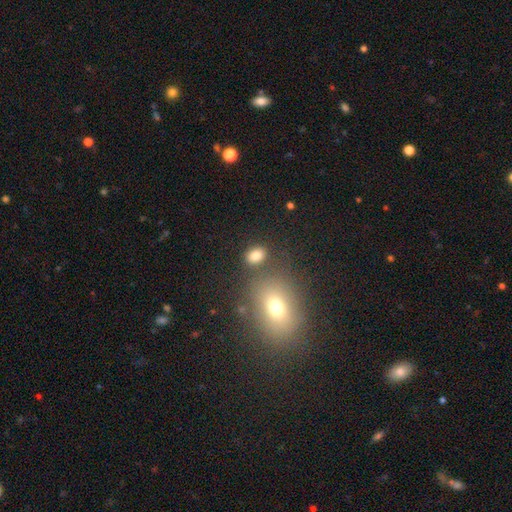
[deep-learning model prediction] smooth 81%, star or artifact 12%, featured or disk 7%. Down the decision tree: how rounded — in between (71%); merging — none (75%).